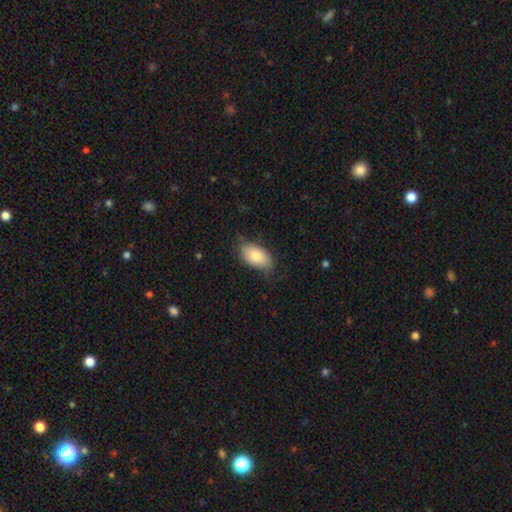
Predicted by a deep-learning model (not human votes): Smooth or featured: smooth — 81% (featured or disk — 13%)
How rounded: in between — 94% (round — 4%)
Merging: none — 74% (minor disturbance — 20%)